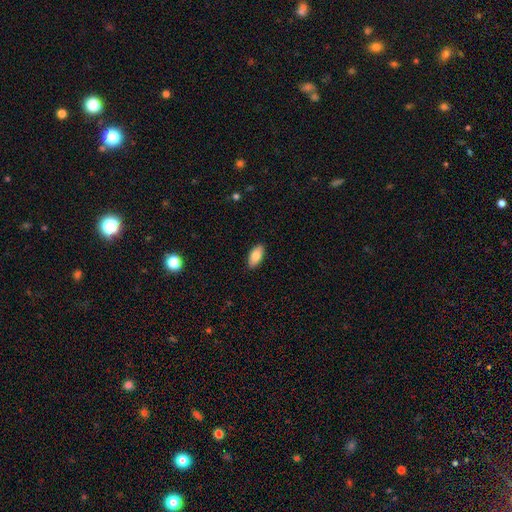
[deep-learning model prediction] This appears to be a smooth galaxy with no disk features (83%) that is in between round and cigar-shaped (92%). Merging: none (89%).